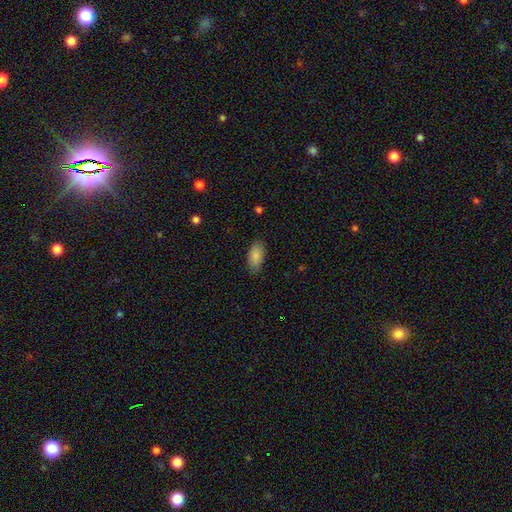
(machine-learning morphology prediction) type=smooth (86%); roundness=in between (92%); merging=none (83%).